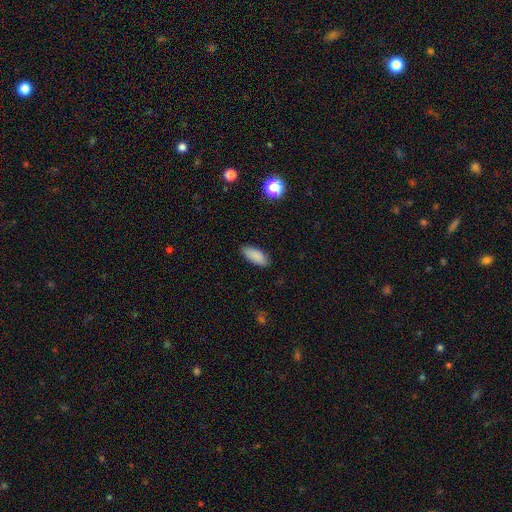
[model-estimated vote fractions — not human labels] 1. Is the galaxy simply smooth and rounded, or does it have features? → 88% smooth, 8% star or artifact, 5% featured or disk.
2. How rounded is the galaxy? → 85% in between, 13% cigar-shaped, 2% round.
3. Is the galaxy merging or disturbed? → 86% none, 11% minor disturbance, 2% major disturbance, 1% merger.